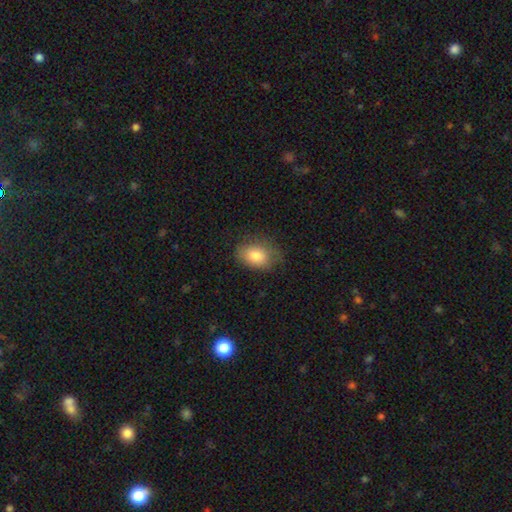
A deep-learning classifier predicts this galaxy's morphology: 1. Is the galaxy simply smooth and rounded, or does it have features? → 82% smooth, 10% featured or disk, 8% star or artifact.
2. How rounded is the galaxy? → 82% in between, 17% round, 1% cigar-shaped.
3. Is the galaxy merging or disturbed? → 71% none, 21% minor disturbance, 6% major disturbance, 1% merger.